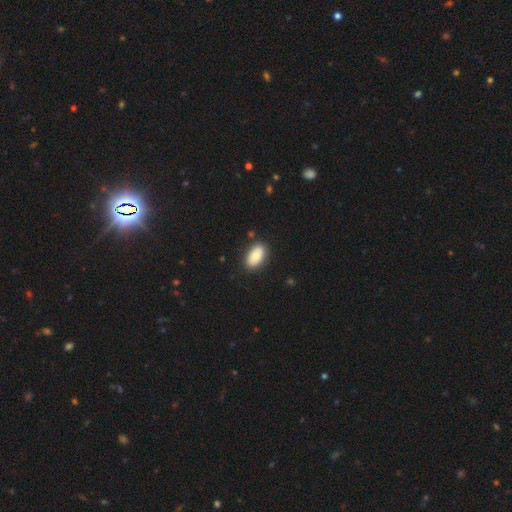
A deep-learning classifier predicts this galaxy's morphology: The model was most divided on "smooth or featured": smooth: 78%, featured or disk: 15%, star or artifact: 7%. More confident: how rounded — in between (93%); merging — none (85%).